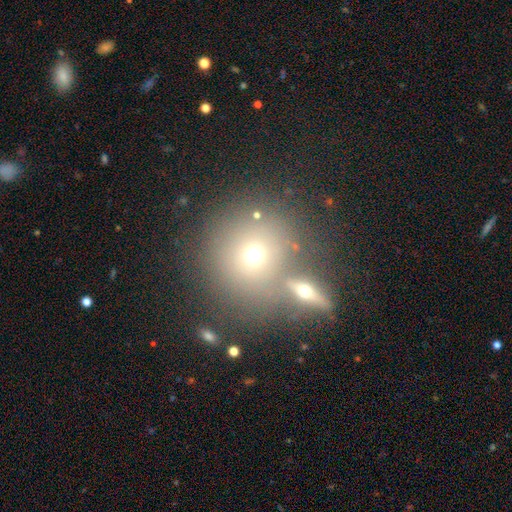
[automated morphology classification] smooth 52%, star or artifact 31%, featured or disk 17%. Down the decision tree: how rounded — round (91%); merging — none (60%).